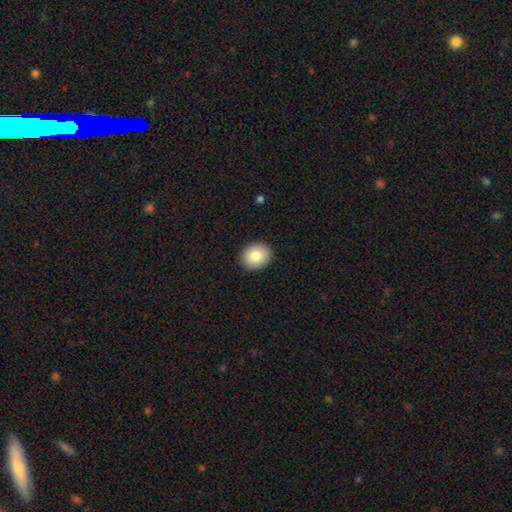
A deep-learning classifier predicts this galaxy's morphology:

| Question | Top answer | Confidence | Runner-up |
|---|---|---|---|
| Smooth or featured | smooth | 82% | featured or disk (10%) |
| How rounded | round | 65% | in between (35%) |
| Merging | none | 91% | minor disturbance (6%) |